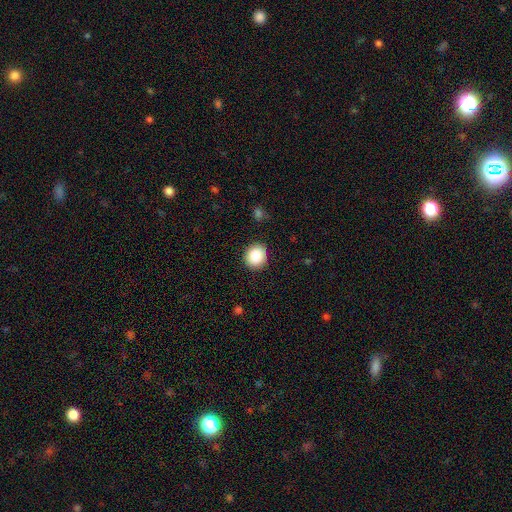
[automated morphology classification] A smooth galaxy with no disk features (88%) that is round (84%).

Vote fractions:
- Smooth or featured? smooth: 88% / star or artifact: 8% / featured or disk: 4%
- How rounded? round: 84% / in between: 15% / cigar-shaped: 1%
- Merging? none: 89% / minor disturbance: 8% / major disturbance: 2% / merger: 1%